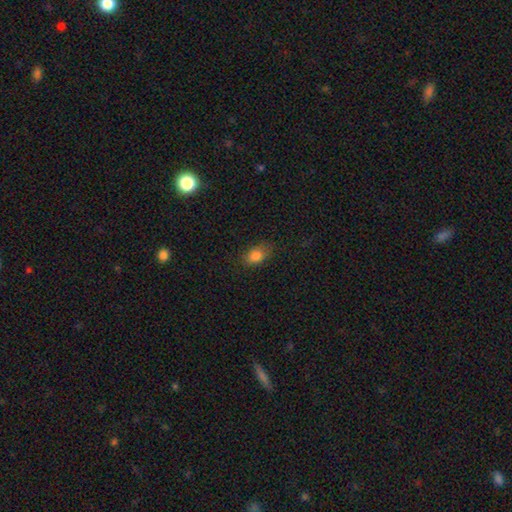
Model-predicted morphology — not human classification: Overall: smooth (83%). How rounded: in between (80%). Merging: none (76%).